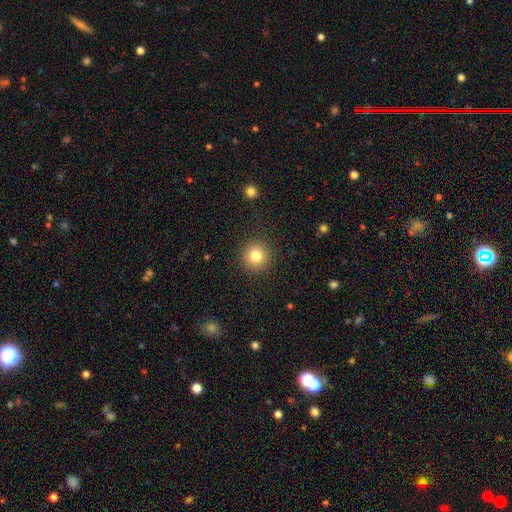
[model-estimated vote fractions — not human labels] smooth 82%, star or artifact 11%, featured or disk 7%. Down the decision tree: how rounded — round (94%); merging — none (91%).